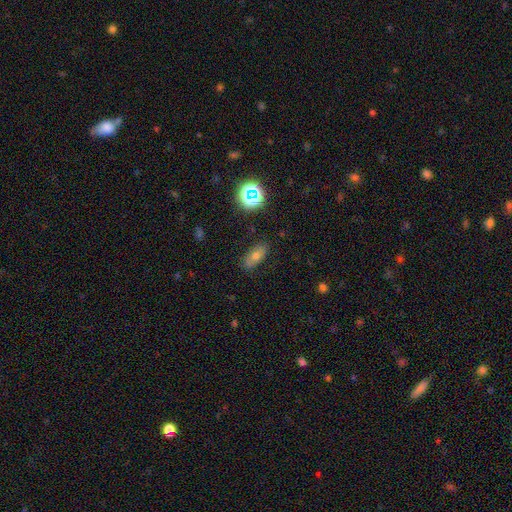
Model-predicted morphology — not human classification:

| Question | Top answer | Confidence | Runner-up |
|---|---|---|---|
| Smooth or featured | smooth | 60% | featured or disk (21%) |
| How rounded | in between | 77% | cigar-shaped (14%) |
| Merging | none | 83% | minor disturbance (13%) |